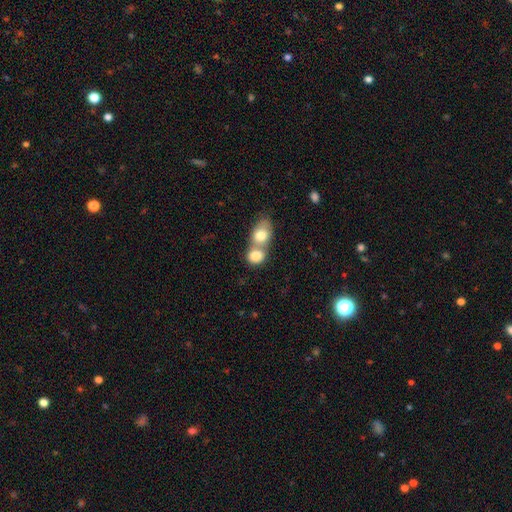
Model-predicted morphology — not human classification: Smooth or featured? Predicted: smooth (p=0.80). How rounded? Predicted: in between (p=0.58). Merging? Predicted: merger (p=0.69).